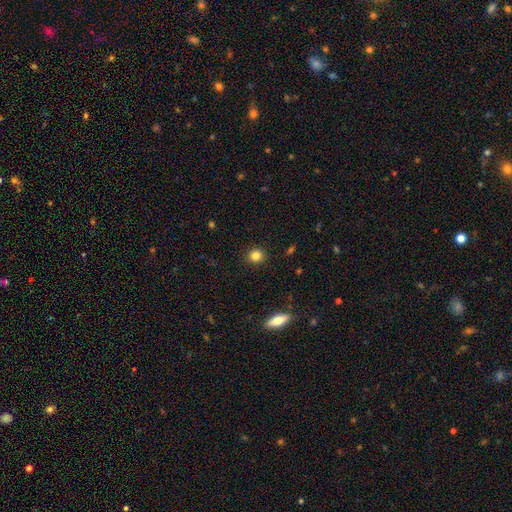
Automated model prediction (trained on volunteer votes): This appears to be a smooth galaxy with no disk features (83%) that is round (88%). Merging: none (91%).